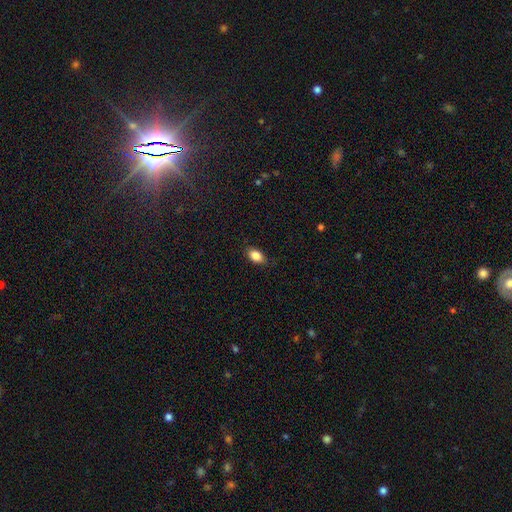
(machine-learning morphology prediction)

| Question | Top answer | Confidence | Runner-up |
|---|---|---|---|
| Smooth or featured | smooth | 86% | star or artifact (8%) |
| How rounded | in between | 87% | round (11%) |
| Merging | none | 82% | minor disturbance (14%) |